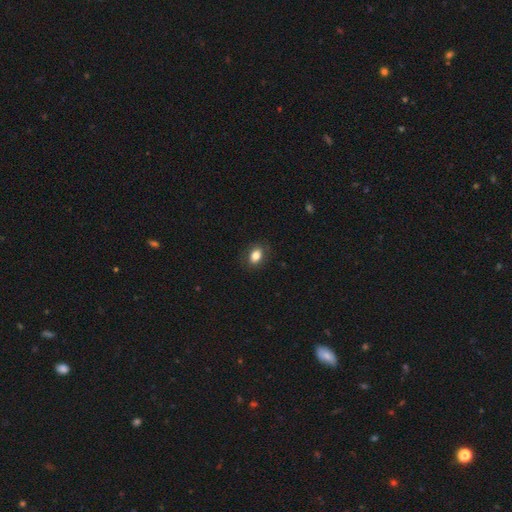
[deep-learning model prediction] This appears to be a smooth galaxy with no disk features (83%) that is in between round and cigar-shaped (75%). Merging: none (84%).